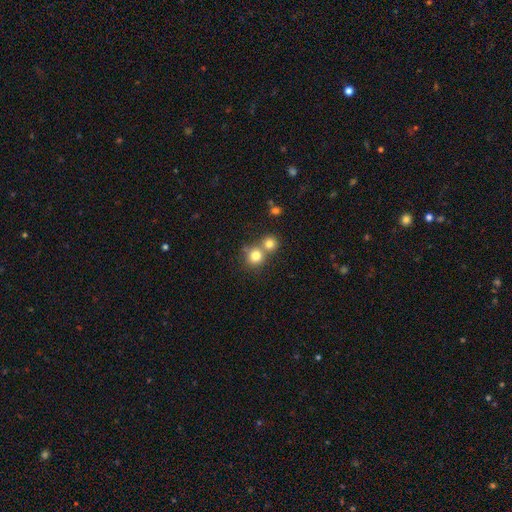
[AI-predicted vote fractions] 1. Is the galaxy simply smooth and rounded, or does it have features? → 78% smooth, 12% star or artifact, 9% featured or disk.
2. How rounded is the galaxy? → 86% round, 13% in between, 1% cigar-shaped.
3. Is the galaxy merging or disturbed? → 48% none, 43% merger, 6% minor disturbance, 3% major disturbance.